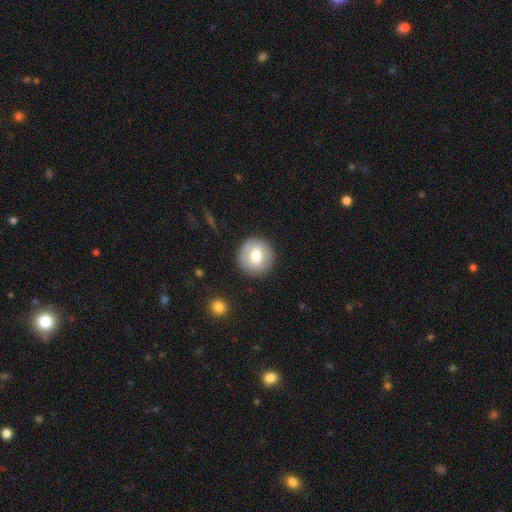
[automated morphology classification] smooth 69%, featured or disk 24%, star or artifact 7%. Down the decision tree: how rounded — round (93%); merging — none (88%).